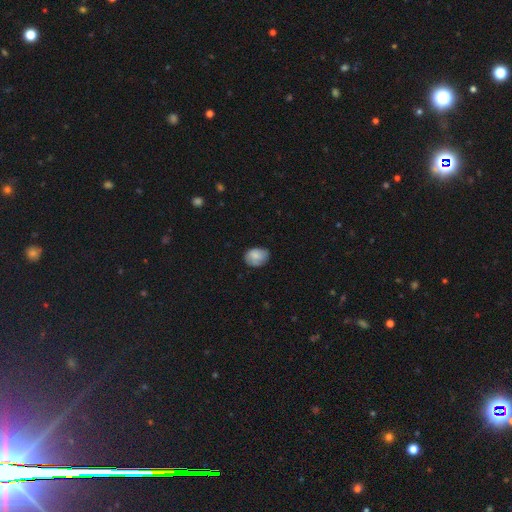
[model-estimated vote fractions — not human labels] smooth_or_featured: smooth (p=0.79) [alt: featured or disk p=0.14]
how_rounded: in between (p=0.62) [alt: round p=0.37]
merging: none (p=0.67) [alt: minor disturbance p=0.26]